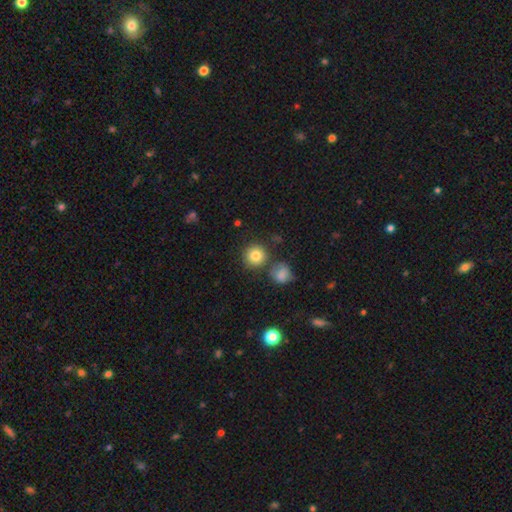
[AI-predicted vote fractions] Smooth or featured? Predicted: smooth (p=0.83). How rounded? Predicted: round (p=0.92). Merging? Predicted: none (p=0.77).